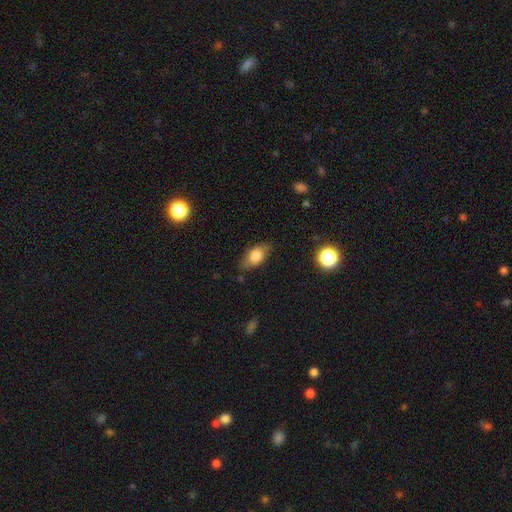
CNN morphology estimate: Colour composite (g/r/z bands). It shows a smooth galaxy with no disk features (76%) that is in between round and cigar-shaped (85%). Merging: none (77%).